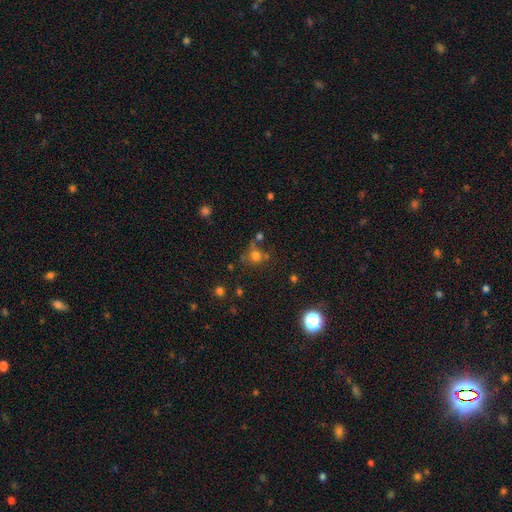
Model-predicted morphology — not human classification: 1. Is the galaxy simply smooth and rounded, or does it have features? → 69% smooth, 21% star or artifact, 10% featured or disk.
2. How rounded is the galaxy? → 83% round, 16% in between, 1% cigar-shaped.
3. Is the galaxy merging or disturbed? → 58% none, 19% merger, 15% minor disturbance, 9% major disturbance.